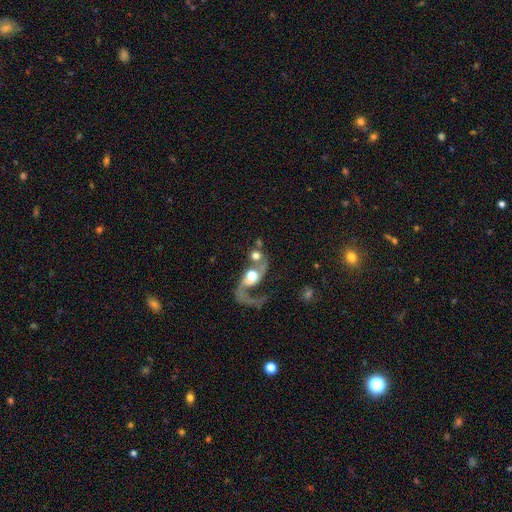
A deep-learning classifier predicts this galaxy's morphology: Q: Smooth or featured?
A: featured or disk (61%); runner-up: smooth (29%)
Q: Edge-on disk?
A: no (95%); runner-up: yes (5%)
Q: Bar?
A: no (67%); runner-up: weak (23%)
Q: Spiral arms?
A: yes (79%); runner-up: no (21%)
Q: Bulge size?
A: moderate (50%); runner-up: large (29%)
Q: Merging?
A: merger (40%); runner-up: none (31%)